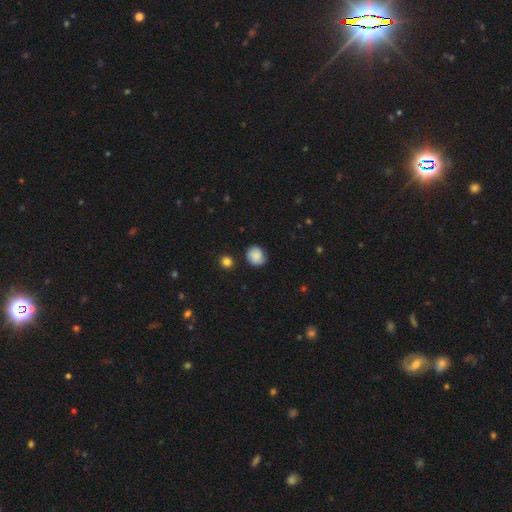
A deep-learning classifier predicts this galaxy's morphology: type=smooth (83%); roundness=round (79%); merging=none (80%).